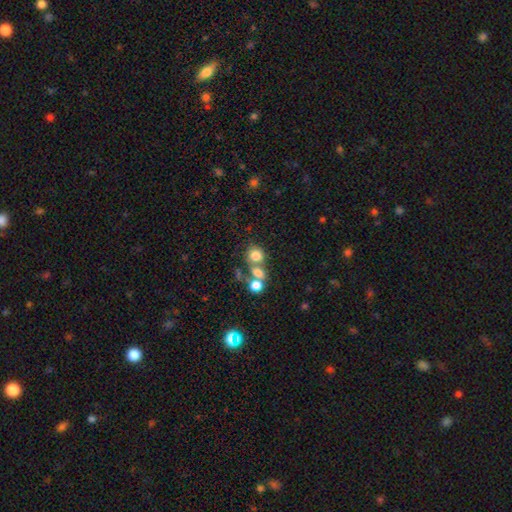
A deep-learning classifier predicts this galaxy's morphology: A smooth galaxy with no disk features (74%) that is round (73%).

Vote fractions:
- Smooth or featured? smooth: 74% / star or artifact: 14% / featured or disk: 12%
- How rounded? round: 73% / in between: 26% / cigar-shaped: 1%
- Merging? none: 44% / merger: 41% / minor disturbance: 9% / major disturbance: 6%